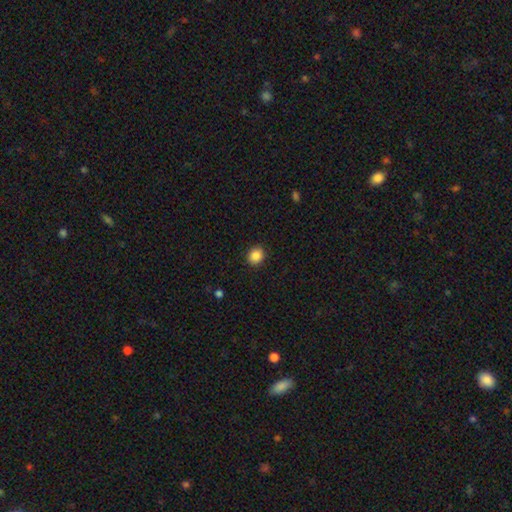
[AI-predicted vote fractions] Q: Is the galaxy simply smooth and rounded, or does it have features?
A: smooth — 87%.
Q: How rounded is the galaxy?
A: round — 76%.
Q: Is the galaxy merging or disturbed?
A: none — 90%.